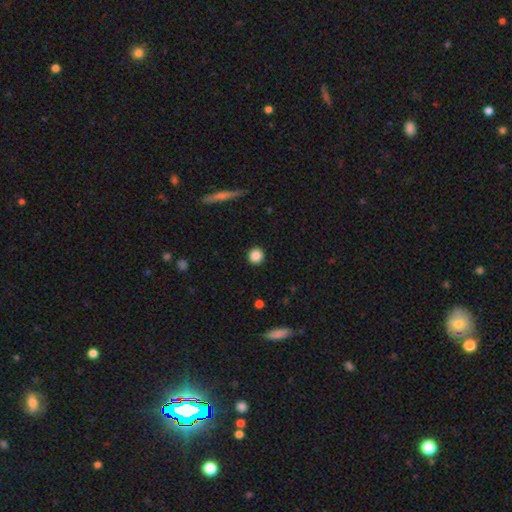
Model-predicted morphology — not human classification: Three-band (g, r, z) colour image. It shows a smooth galaxy with no disk features (87%) that is round (94%). Merging: none (92%).